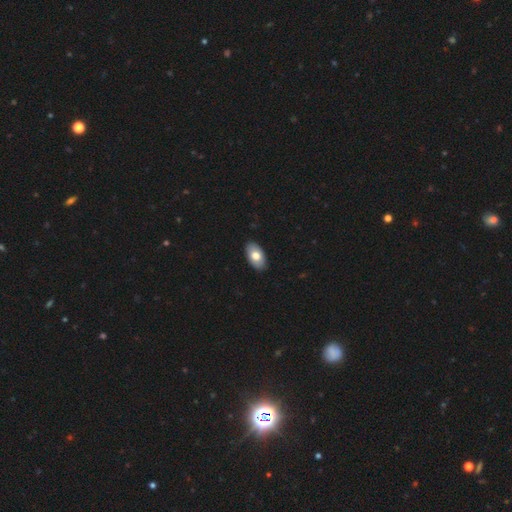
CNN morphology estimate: Smooth or featured? Predicted: smooth (p=0.75). How rounded? Predicted: in between (p=0.94). Merging? Predicted: none (p=0.90).